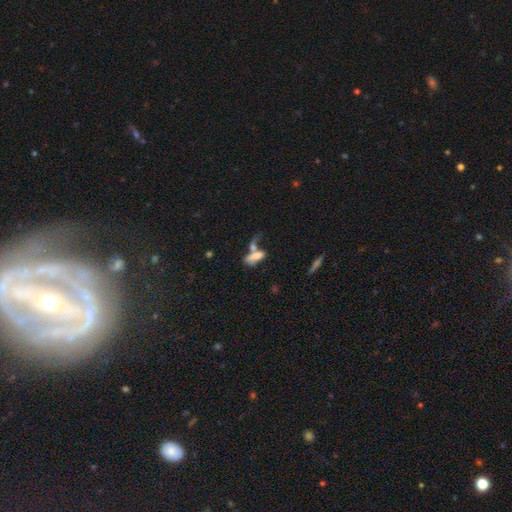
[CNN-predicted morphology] A smooth galaxy with no disk features (64%) that is in between round and cigar-shaped (62%). Merging: merger (48%).